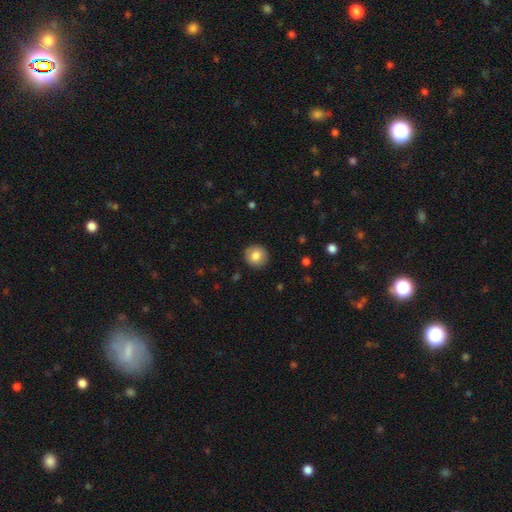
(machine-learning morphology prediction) Smooth or featured? Predicted: smooth (p=0.83). How rounded? Predicted: round (p=0.92). Merging? Predicted: none (p=0.90).